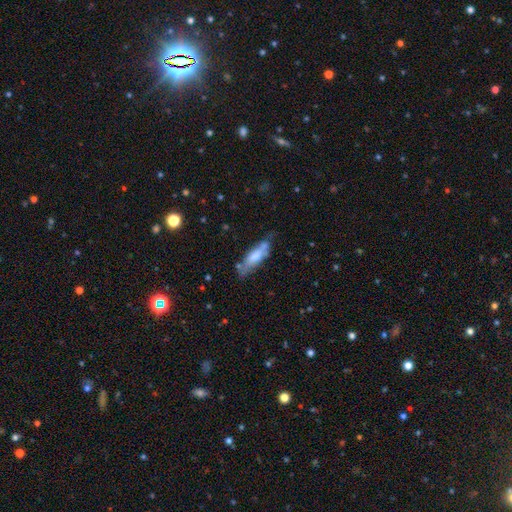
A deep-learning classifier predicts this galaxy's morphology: Smooth or featured: smooth — 63% (featured or disk — 30%)
How rounded: cigar-shaped — 52% (in between — 46%)
Merging: none — 51% (minor disturbance — 29%)